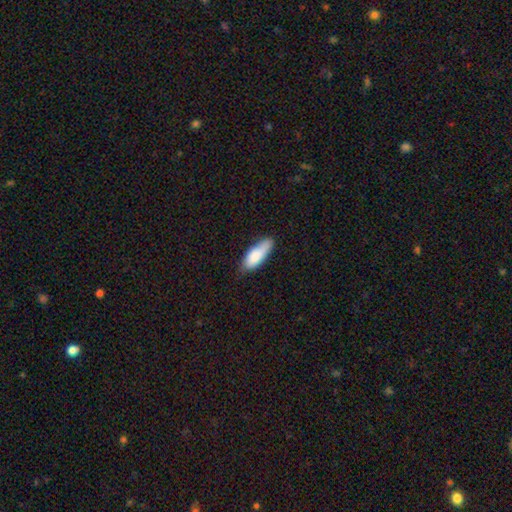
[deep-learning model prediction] The model was most divided on "merging": none: 65%, minor disturbance: 29%, major disturbance: 5%, merger: 2%. More confident: smooth or featured — smooth (84%); how rounded — in between (68%).